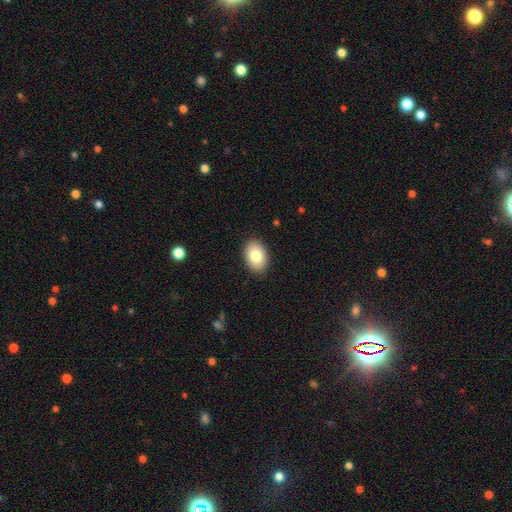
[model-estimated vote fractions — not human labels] smooth 81%, featured or disk 11%, star or artifact 7%. Down the decision tree: how rounded — in between (85%); merging — none (89%).